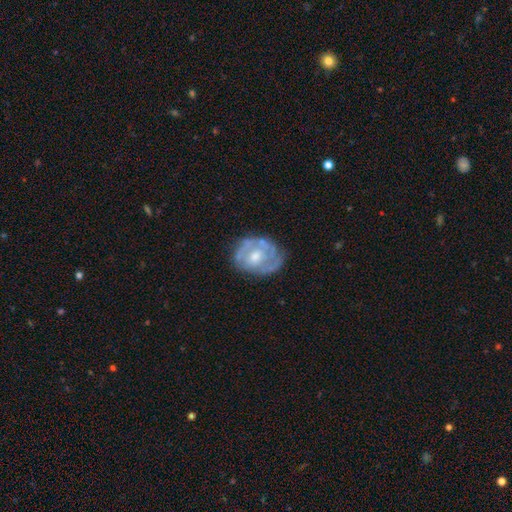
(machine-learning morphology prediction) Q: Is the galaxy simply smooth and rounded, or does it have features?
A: featured or disk — 70%.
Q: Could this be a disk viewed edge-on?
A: no — 97%.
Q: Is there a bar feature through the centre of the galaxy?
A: no — 72%.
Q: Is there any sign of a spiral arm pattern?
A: yes — 57%.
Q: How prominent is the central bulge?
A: moderate — 60%.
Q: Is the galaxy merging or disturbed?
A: none — 62%.